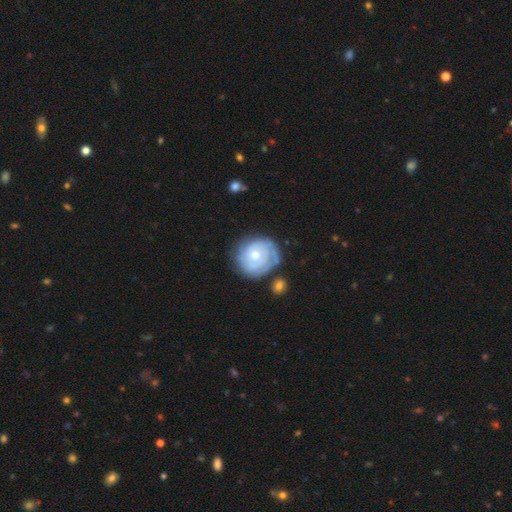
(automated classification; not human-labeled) Smooth or featured? featured or disk (65%)
Edge-on disk? no (98%)
Bar? no (81%)
Spiral arms? yes (77%)
Bulge size? moderate (54%)
Merging? none (63%)